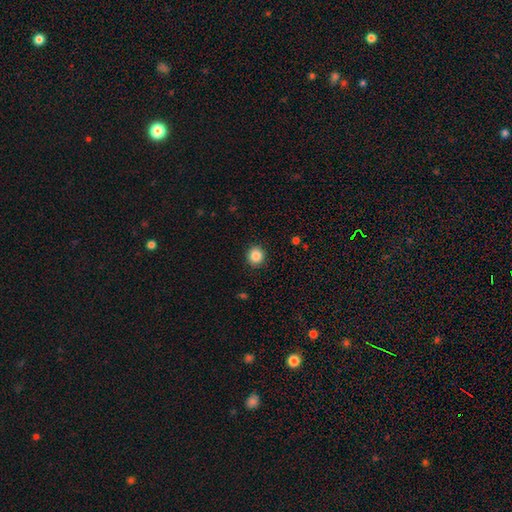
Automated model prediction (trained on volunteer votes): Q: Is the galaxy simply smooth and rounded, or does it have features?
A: smooth — 86%.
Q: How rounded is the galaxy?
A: round — 89%.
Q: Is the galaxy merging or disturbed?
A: none — 91%.